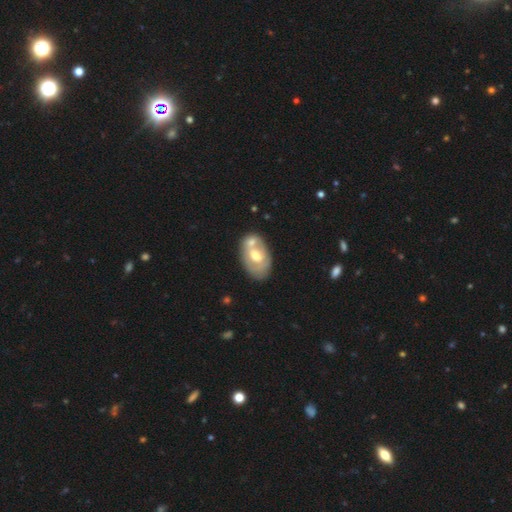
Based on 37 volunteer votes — This appears to be a smooth galaxy with no disk features (51%) that is in between round and cigar-shaped (84%). Merging: merger (43%).